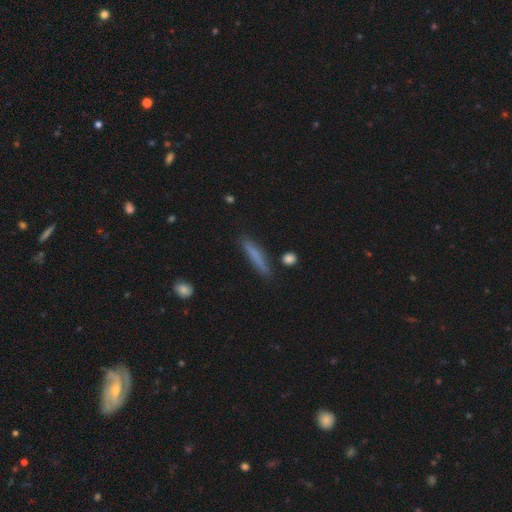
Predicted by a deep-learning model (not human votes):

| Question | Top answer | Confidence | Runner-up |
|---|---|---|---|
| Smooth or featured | smooth | 73% | featured or disk (20%) |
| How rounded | cigar-shaped | 92% | in between (6%) |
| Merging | none | 84% | minor disturbance (11%) |